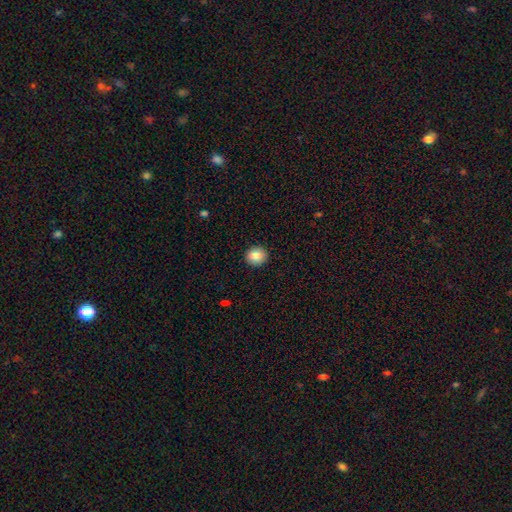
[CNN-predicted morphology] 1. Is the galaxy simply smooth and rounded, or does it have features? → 84% smooth, 9% star or artifact, 8% featured or disk.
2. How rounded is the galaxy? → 73% round, 26% in between, 1% cigar-shaped.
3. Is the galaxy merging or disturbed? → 91% none, 7% minor disturbance, 2% major disturbance, 1% merger.